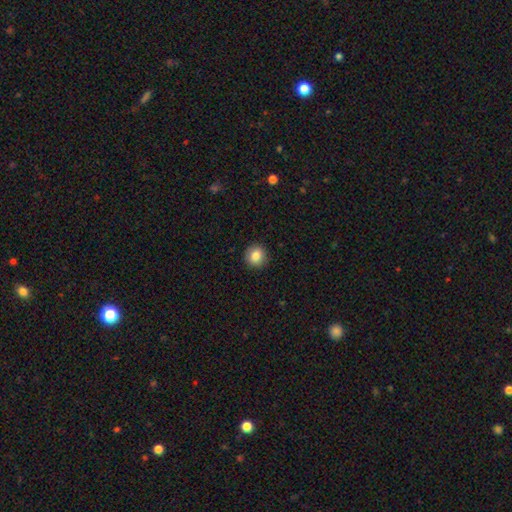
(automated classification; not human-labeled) A smooth galaxy with no disk features (85%) that is round (91%).

Vote fractions:
- Smooth or featured? smooth: 85% / star or artifact: 9% / featured or disk: 6%
- How rounded? round: 91% / in between: 8% / cigar-shaped: 1%
- Merging? none: 91% / minor disturbance: 6% / major disturbance: 2% / merger: 1%